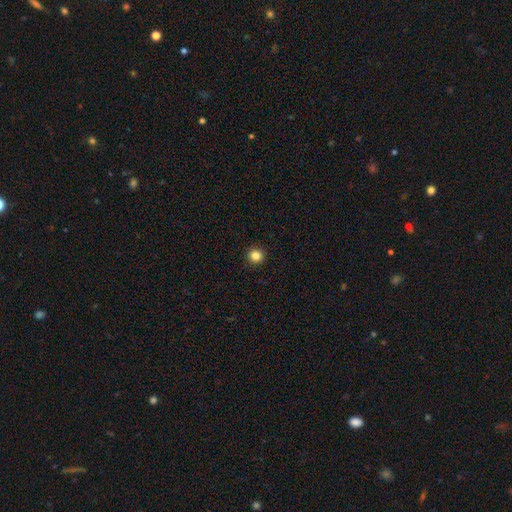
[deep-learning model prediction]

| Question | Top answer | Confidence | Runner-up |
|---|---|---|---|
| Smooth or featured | smooth | 84% | star or artifact (12%) |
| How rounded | round | 95% | in between (4%) |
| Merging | none | 93% | minor disturbance (4%) |